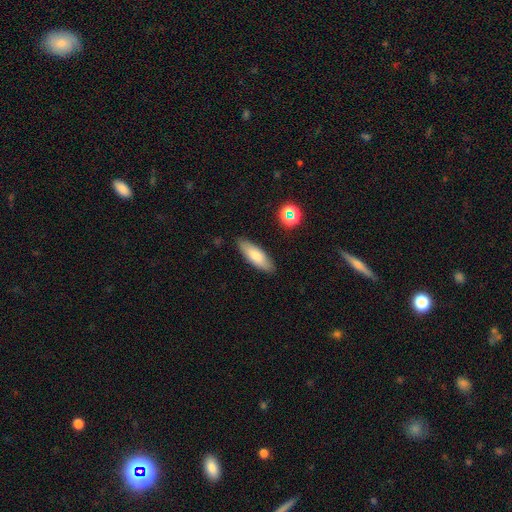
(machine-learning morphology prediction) smooth_or_featured: smooth (p=0.79) [alt: featured or disk p=0.14]
how_rounded: in between (p=0.61) [alt: cigar-shaped p=0.37]
merging: none (p=0.86) [alt: minor disturbance p=0.10]